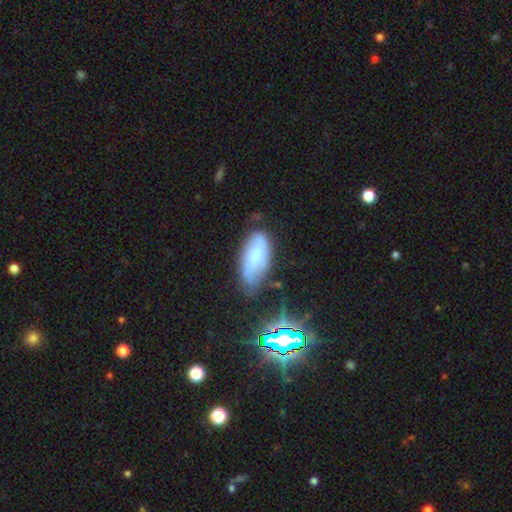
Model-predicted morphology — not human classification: This appears to be a smooth galaxy with no disk features (55%) that is in between round and cigar-shaped (87%). Merging: none (58%).